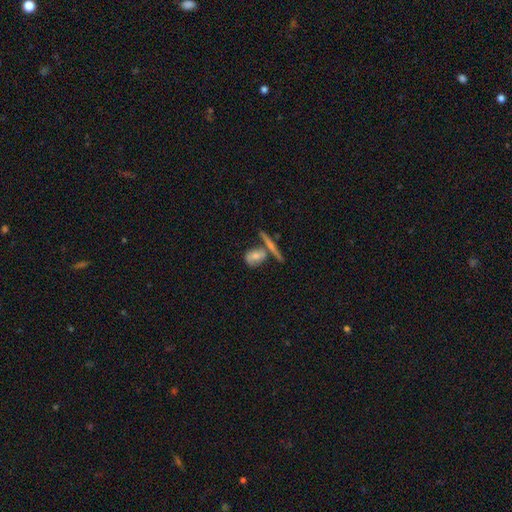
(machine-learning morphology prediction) Q: Smooth or featured?
A: smooth (48%); runner-up: featured or disk (40%)
Q: Merging?
A: none (52%); runner-up: merger (27%)